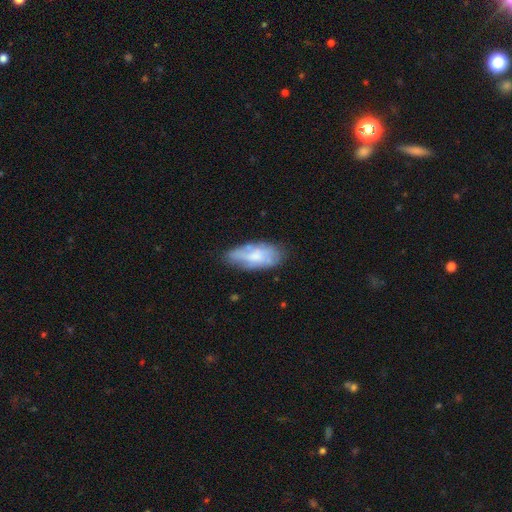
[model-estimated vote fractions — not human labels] This is possibly a smooth galaxy (58%). How rounded: clearly in between (89%). Merging: possibly none (60%).